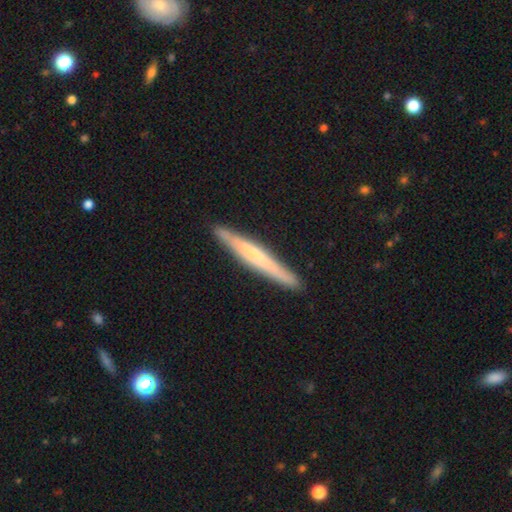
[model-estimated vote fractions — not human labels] A featured or disk galaxy (52%) viewed edge-on (94%).

Vote fractions:
- Smooth or featured? featured or disk: 52% / smooth: 43% / star or artifact: 5%
- Edge-on disk? yes: 94% / no: 6%
- Merging? none: 89% / minor disturbance: 8% / major disturbance: 1% / merger: 1%